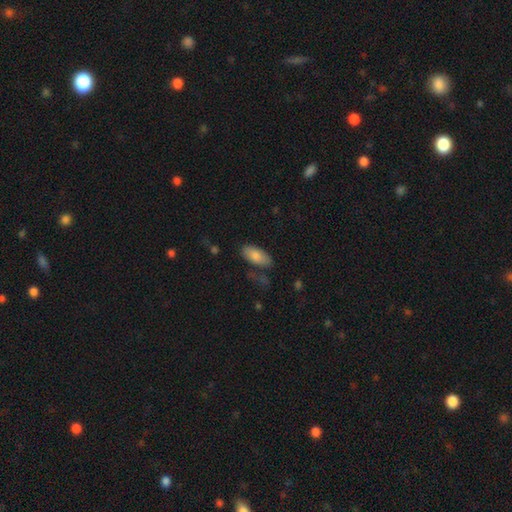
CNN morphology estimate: This is clearly a smooth galaxy (82%). How rounded: clearly in between (91%). Merging: likely none (69%).